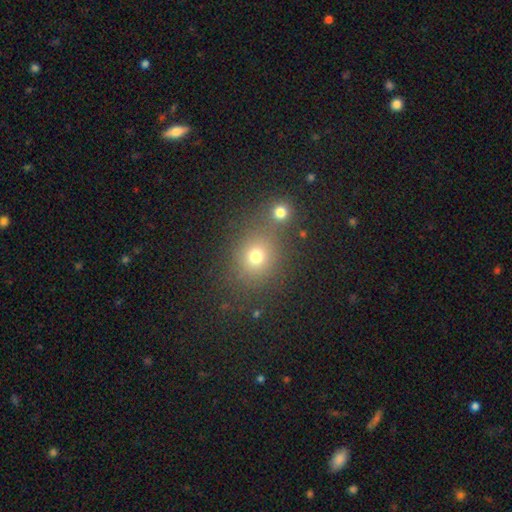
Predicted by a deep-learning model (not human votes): Smooth or featured?
  - smooth: 71% *
  - star or artifact: 20%
  - featured or disk: 9%
How rounded?
  - round: 73% *
  - in between: 26%
  - cigar-shaped: 1%
Merging?
  - none: 65% *
  - merger: 21%
  - minor disturbance: 10%
  - major disturbance: 4%